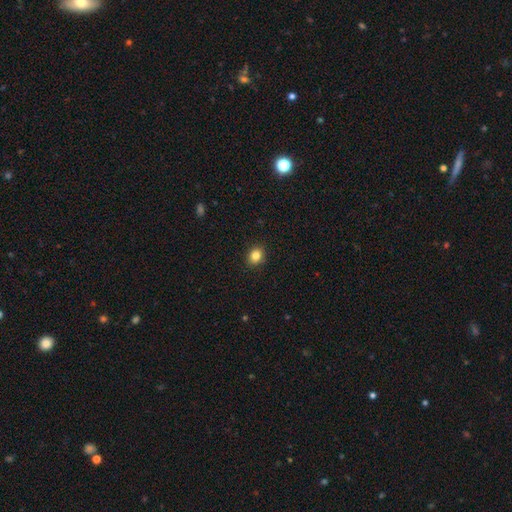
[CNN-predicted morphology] Smooth or featured? smooth (83%)
How rounded? round (57%)
Merging? none (91%)